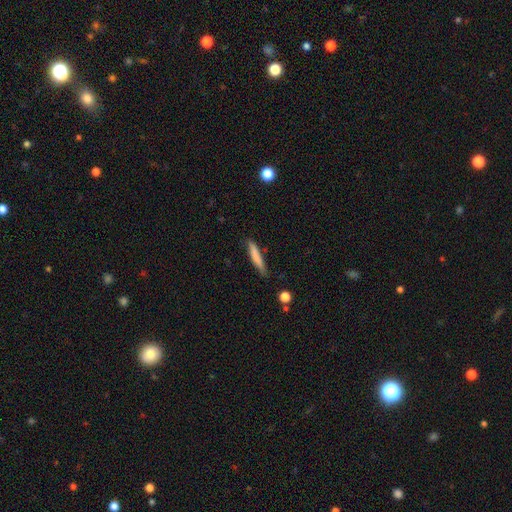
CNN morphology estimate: Smooth or featured? smooth (78%)
How rounded? cigar-shaped (91%)
Merging? none (76%)